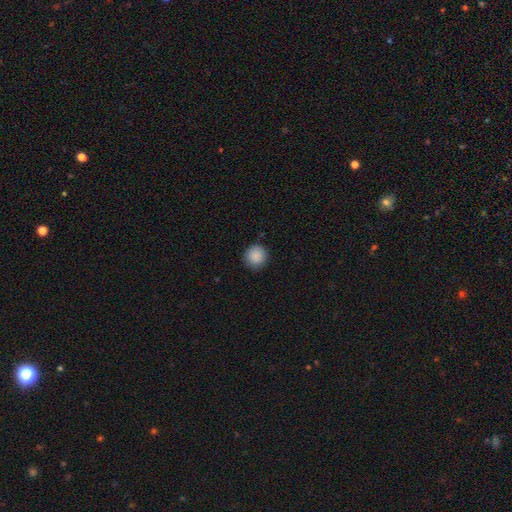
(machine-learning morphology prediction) smooth-or-featured: smooth: 89% | star or artifact: 8% | featured or disk: 3%
  how-rounded: round: 94% | in between: 5% | cigar-shaped: 1%
  merging: none: 89% | minor disturbance: 8% | major disturbance: 2% | merger: 1%